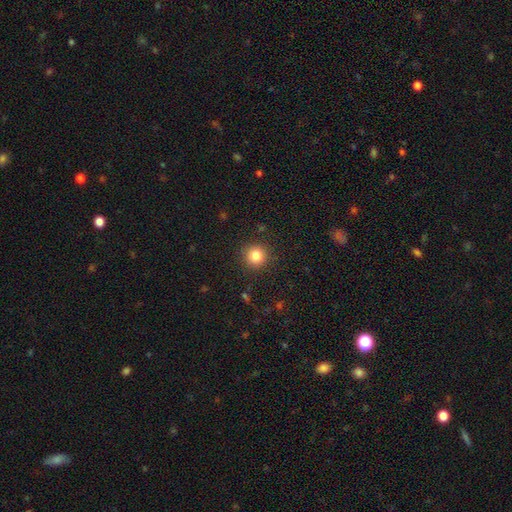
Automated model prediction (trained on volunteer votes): A smooth galaxy with no disk features (83%) that is round (94%).

Vote fractions:
- Smooth or featured? smooth: 83% / star or artifact: 11% / featured or disk: 5%
- How rounded? round: 94% / in between: 5% / cigar-shaped: 1%
- Merging? none: 90% / minor disturbance: 6% / major disturbance: 3% / merger: 1%